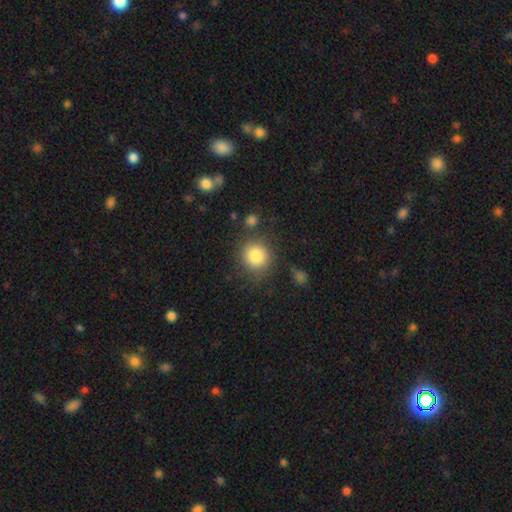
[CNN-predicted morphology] The model was most divided on "merging": none: 80%, minor disturbance: 11%, major disturbance: 5%, merger: 4%. More confident: how rounded — round (87%); smooth or featured — smooth (84%).